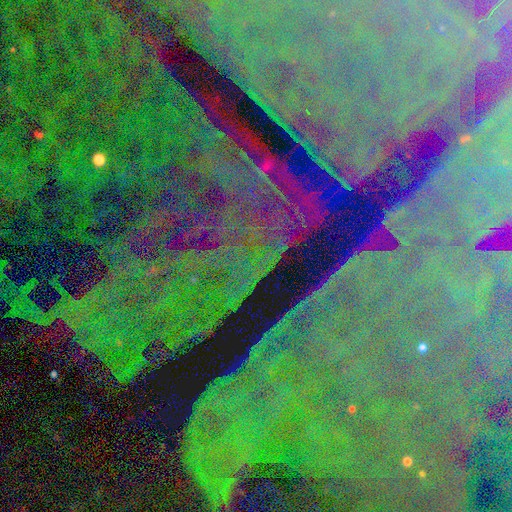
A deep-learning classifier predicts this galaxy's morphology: Smooth or featured: star or artifact — 87% (featured or disk — 7%)